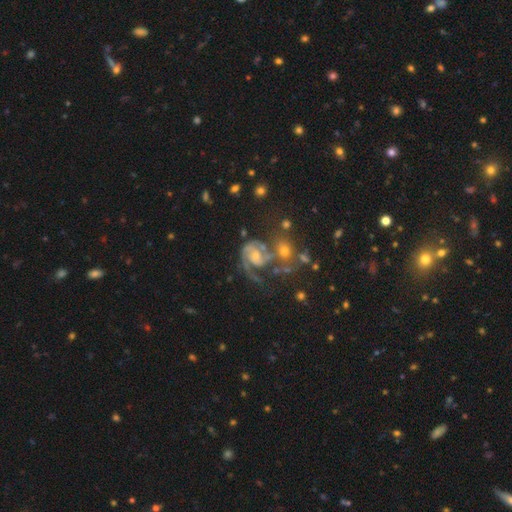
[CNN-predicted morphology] type=featured or disk (83%); edge-on=no (98%); bar=no (61%); spiral arms=yes (94%); winding=medium (45%); arm count=2 (51%); bulge=small (45%); merging=none (31%).